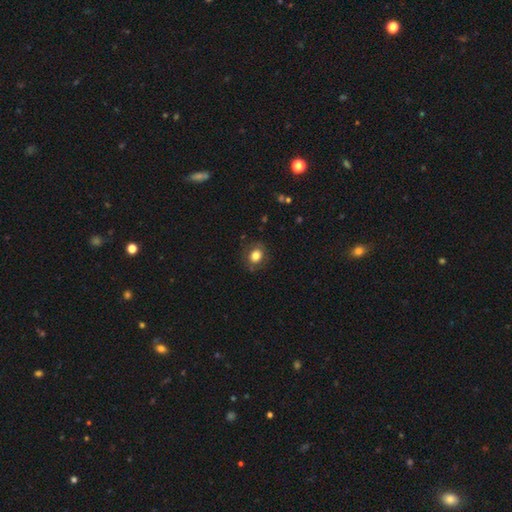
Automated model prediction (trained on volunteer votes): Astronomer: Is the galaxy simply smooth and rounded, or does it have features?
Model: smooth — 77%.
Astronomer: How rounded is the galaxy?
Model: round — 64%.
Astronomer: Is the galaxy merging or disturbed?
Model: none — 79%.